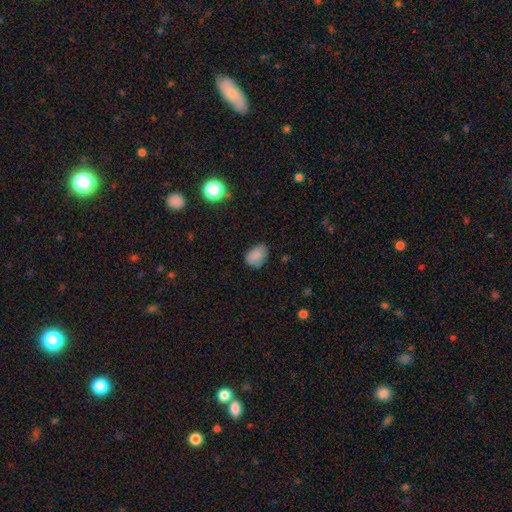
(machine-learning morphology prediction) This is clearly a smooth galaxy (85%). How rounded: likely in between (75%). Merging: likely none (70%).